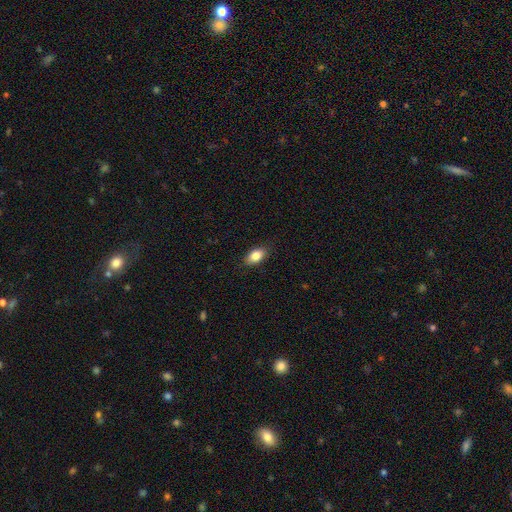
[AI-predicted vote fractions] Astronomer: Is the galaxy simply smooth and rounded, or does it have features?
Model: smooth — 84%.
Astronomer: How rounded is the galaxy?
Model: in between — 89%.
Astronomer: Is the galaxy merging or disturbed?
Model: none — 87%.